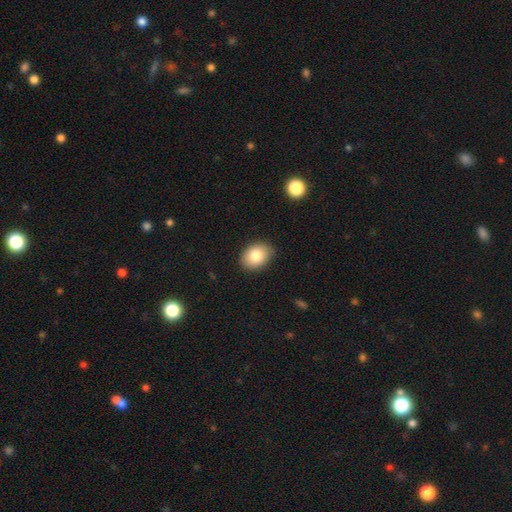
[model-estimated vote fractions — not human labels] Morphology: type=smooth (81%); roundness=in between (68%); merging=none (84%).